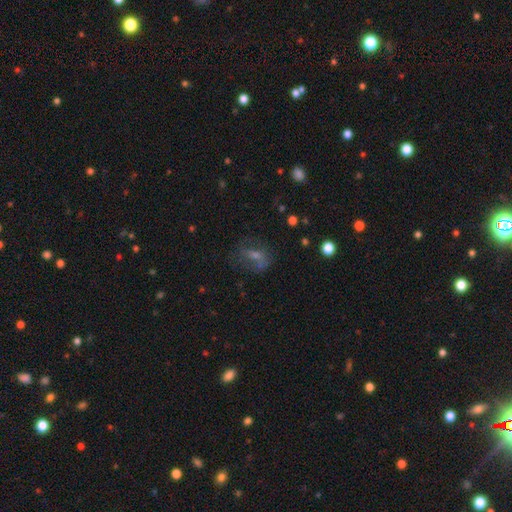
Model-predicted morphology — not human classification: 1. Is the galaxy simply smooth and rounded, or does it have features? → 38% smooth, 37% featured or disk, 25% star or artifact.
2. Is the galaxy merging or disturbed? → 57% none, 20% minor disturbance, 18% major disturbance, 4% merger.